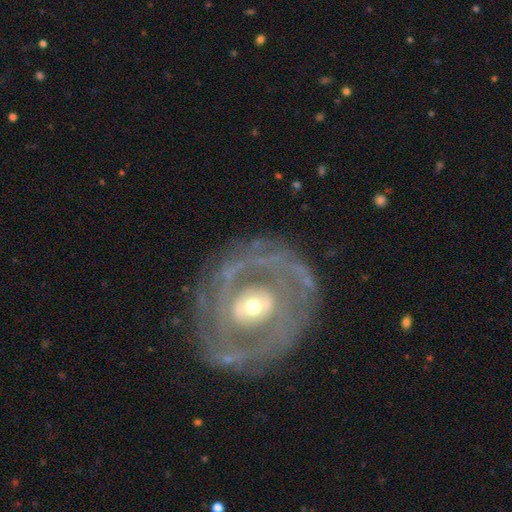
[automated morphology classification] smooth_or_featured: featured or disk (p=0.83) [alt: smooth p=0.11]
disk_edge_on: no (p=0.96) [alt: yes p=0.04]
bar: no (p=0.48) [alt: weak p=0.31]
has_spiral_arms: yes (p=0.76) [alt: no p=0.24]
spiral_winding: tight (p=0.66) [alt: medium p=0.25]
spiral_arm_count: 2 (p=0.44) [alt: can't tell p=0.30]
bulge_size: moderate (p=0.48) [alt: small p=0.46]
merging: none (p=0.76) [alt: minor disturbance p=0.15]